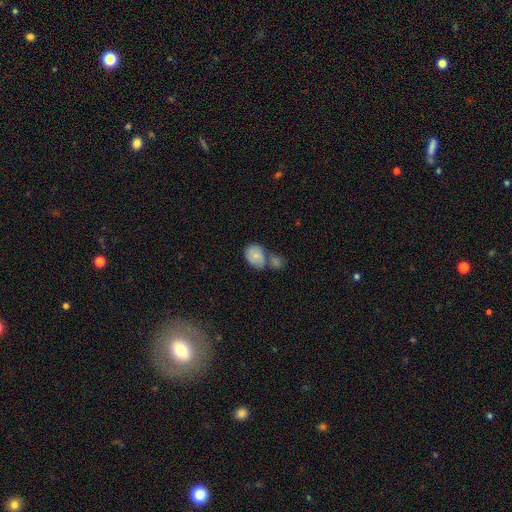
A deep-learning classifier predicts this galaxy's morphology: Q: Smooth or featured?
A: smooth (68%); runner-up: featured or disk (24%)
Q: How rounded?
A: in between (66%); runner-up: round (33%)
Q: Merging?
A: merger (48%); runner-up: none (33%)